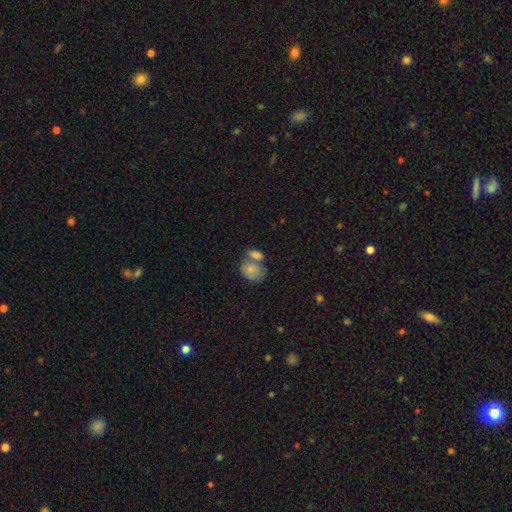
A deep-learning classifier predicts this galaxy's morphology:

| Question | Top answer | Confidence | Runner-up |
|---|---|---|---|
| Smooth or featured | smooth | 79% | featured or disk (13%) |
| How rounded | in between | 71% | round (26%) |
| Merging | merger | 53% | none (33%) |